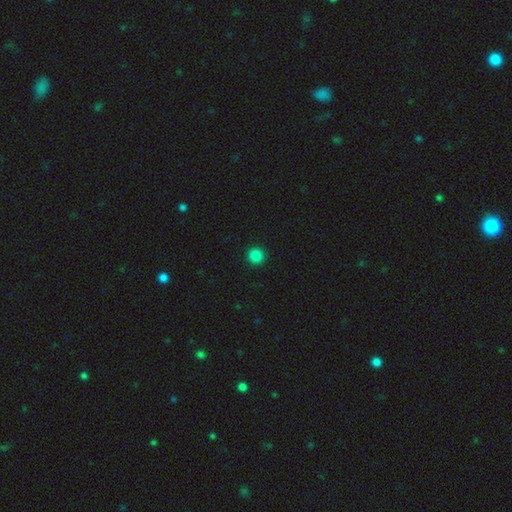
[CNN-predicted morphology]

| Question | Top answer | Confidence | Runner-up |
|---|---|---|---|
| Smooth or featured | smooth | 86% | star or artifact (12%) |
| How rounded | round | 95% | in between (4%) |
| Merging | none | 93% | minor disturbance (5%) |